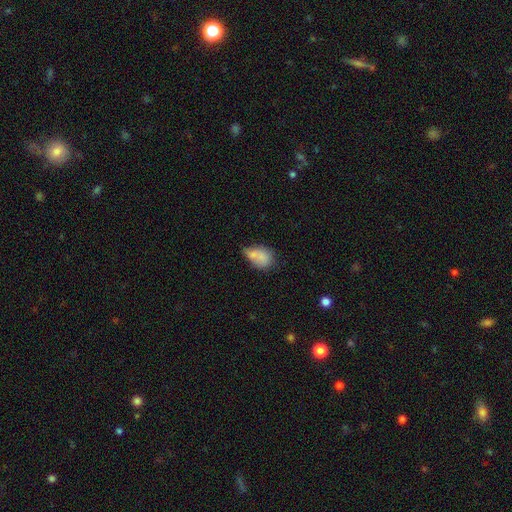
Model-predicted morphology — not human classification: This is likely a smooth galaxy (74%). How rounded: likely in between (72%). Merging: marginally none (32%).